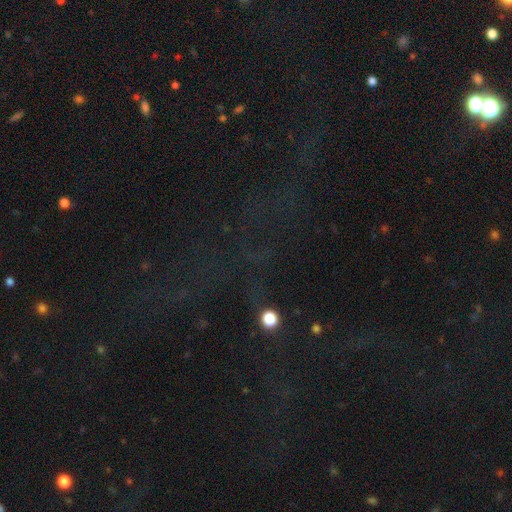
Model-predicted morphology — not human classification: The model was most divided on "smooth or featured": star or artifact: 72%, smooth: 16%, featured or disk: 13%.